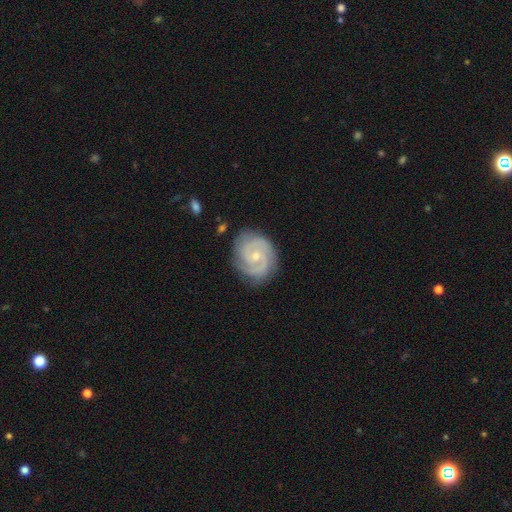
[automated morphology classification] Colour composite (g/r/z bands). It shows a featured or disk galaxy (89%) with no bar (65%), 2 (66%) tight (65%) spiral arms (98%) and a small central bulge (61%). Merging: none (81%).